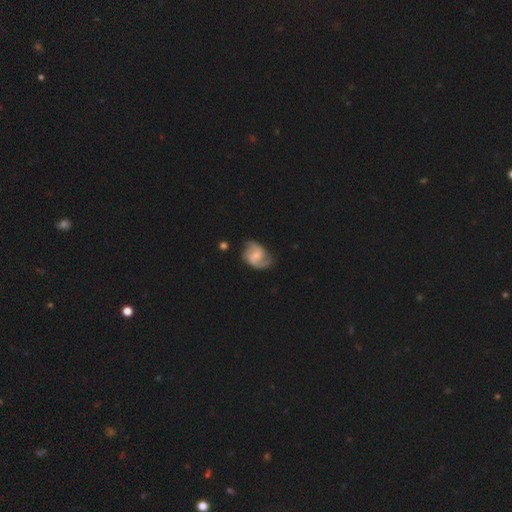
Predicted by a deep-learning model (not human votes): Smooth or featured: featured or disk — 83% (smooth — 12%)
Edge-on disk: no — 98% (yes — 2%)
Bar: weak — 54% (no — 33%)
Spiral arms: yes — 96% (no — 4%)
Spiral winding: medium — 48% (loose — 36%)
Spiral arm count: 2 — 89% (can't tell — 4%)
Bulge size: small — 41% (moderate — 32%)
Merging: none — 73% (minor disturbance — 18%)